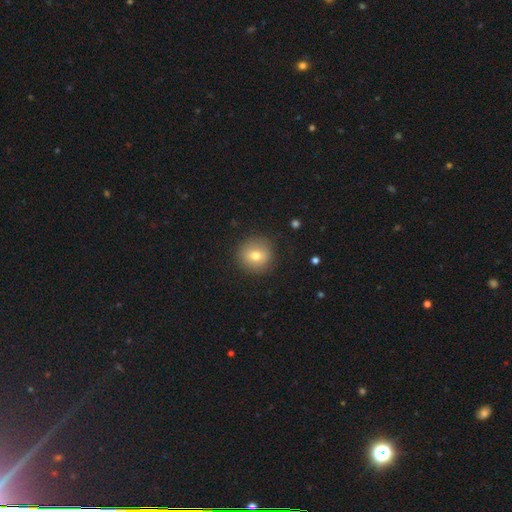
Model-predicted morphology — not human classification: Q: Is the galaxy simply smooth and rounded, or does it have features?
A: smooth — 74%.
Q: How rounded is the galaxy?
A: round — 92%.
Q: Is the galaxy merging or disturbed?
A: none — 89%.